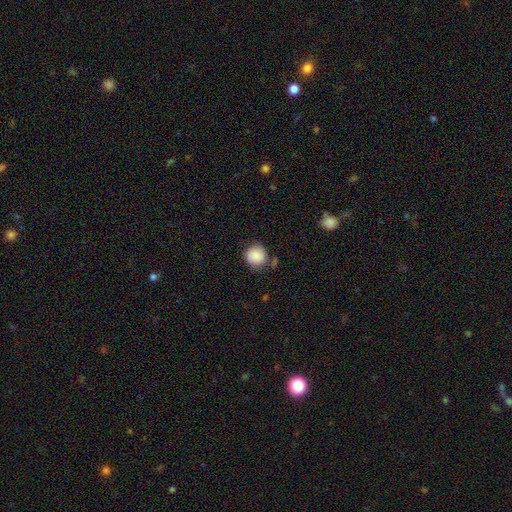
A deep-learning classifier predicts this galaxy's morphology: A smooth galaxy with no disk features (88%) that is round (92%). Merging: none (75%).